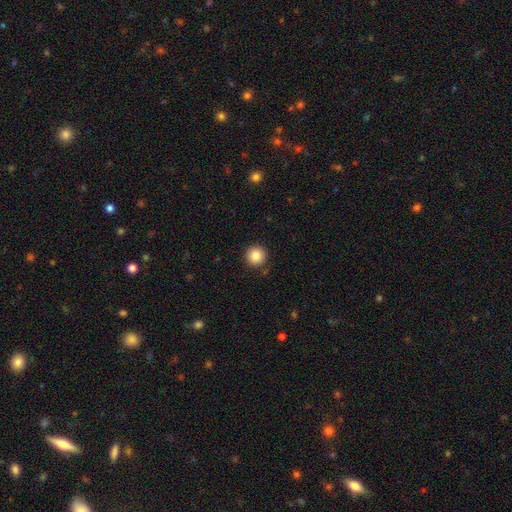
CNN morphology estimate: type=smooth (85%); roundness=round (96%); merging=none (89%).